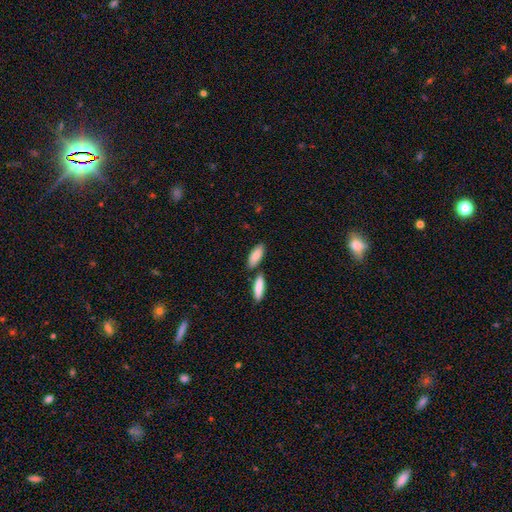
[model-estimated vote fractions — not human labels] Smooth or featured?
  - smooth: 86% *
  - featured or disk: 8%
  - star or artifact: 6%
How rounded?
  - in between: 71% *
  - cigar-shaped: 27%
  - round: 2%
Merging?
  - none: 66% *
  - merger: 20%
  - minor disturbance: 11%
  - major disturbance: 3%